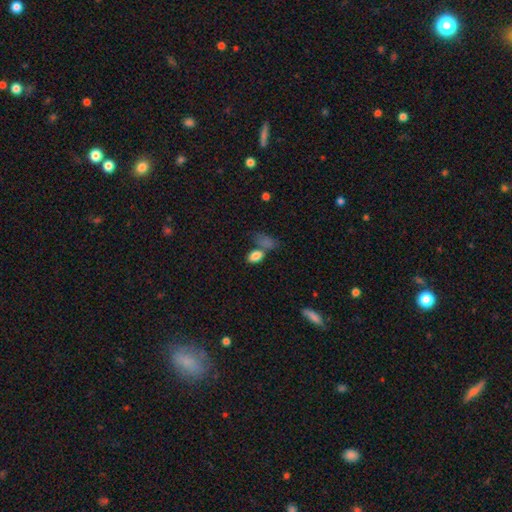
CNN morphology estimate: This appears to be a smooth galaxy with no disk features (83%) that is in between round and cigar-shaped (89%). Merging: none (51%).